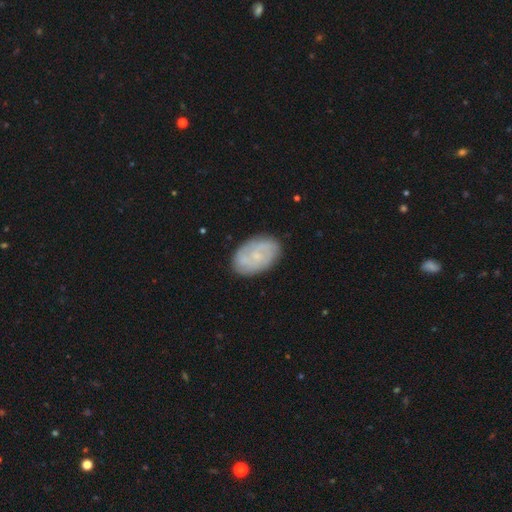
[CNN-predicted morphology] smooth_or_featured: featured or disk (p=0.59) [alt: smooth p=0.34]
disk_edge_on: no (p=0.96) [alt: yes p=0.04]
bar: no (p=0.69) [alt: weak p=0.27]
has_spiral_arms: yes (p=0.84) [alt: no p=0.16]
bulge_size: small (p=0.69) [alt: moderate p=0.16]
merging: none (p=0.82) [alt: minor disturbance p=0.13]